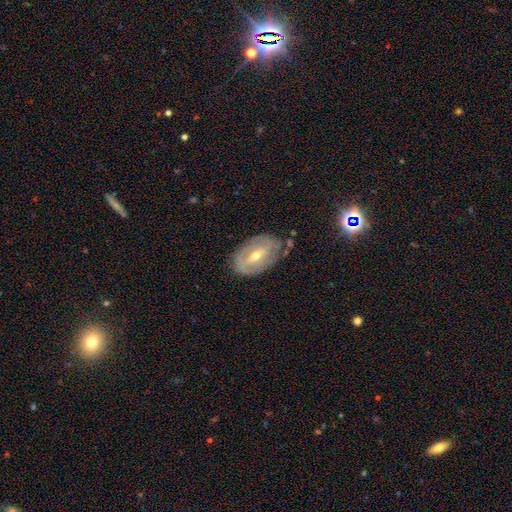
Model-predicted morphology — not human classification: type=featured or disk (73%); edge-on=no (93%); bar=weak (41%); spiral arms=yes (65%); bulge=moderate (54%); merging=none (68%).